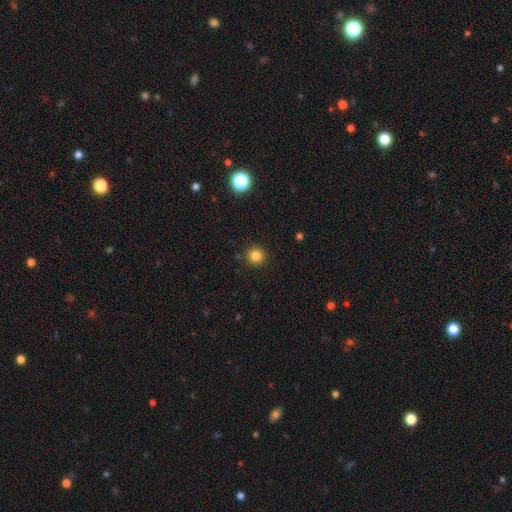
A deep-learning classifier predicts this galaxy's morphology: Q: Smooth or featured?
A: smooth (83%); runner-up: star or artifact (12%)
Q: How rounded?
A: round (94%); runner-up: in between (5%)
Q: Merging?
A: none (91%); runner-up: minor disturbance (6%)